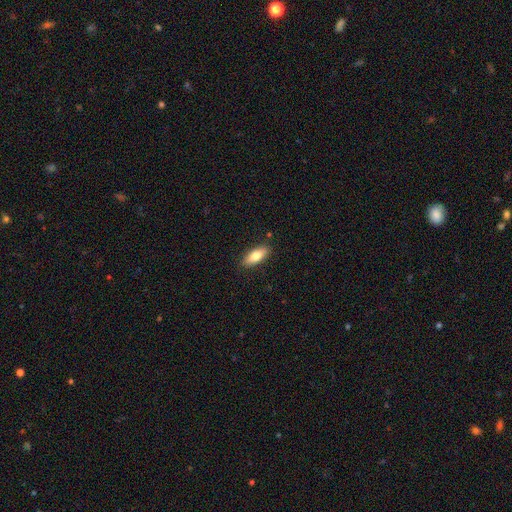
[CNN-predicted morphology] smooth-or-featured: smooth: 77% | featured or disk: 17% | star or artifact: 6%
  how-rounded: in between: 74% | cigar-shaped: 23% | round: 2%
  merging: none: 87% | minor disturbance: 10% | major disturbance: 2% | merger: 1%